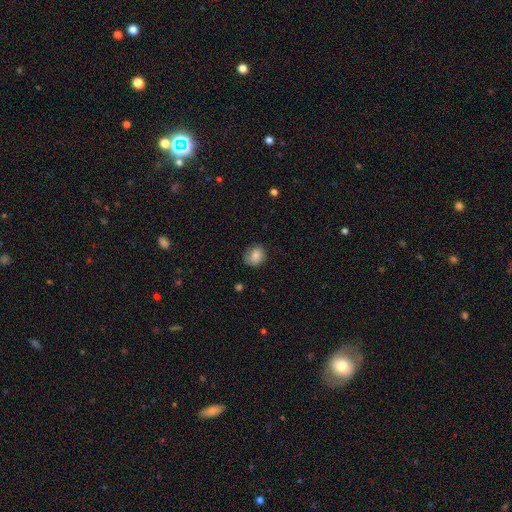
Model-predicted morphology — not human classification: smooth_or_featured: smooth (p=0.82) [alt: featured or disk p=0.09]
how_rounded: round (p=0.68) [alt: in between p=0.31]
merging: none (p=0.75) [alt: minor disturbance p=0.20]